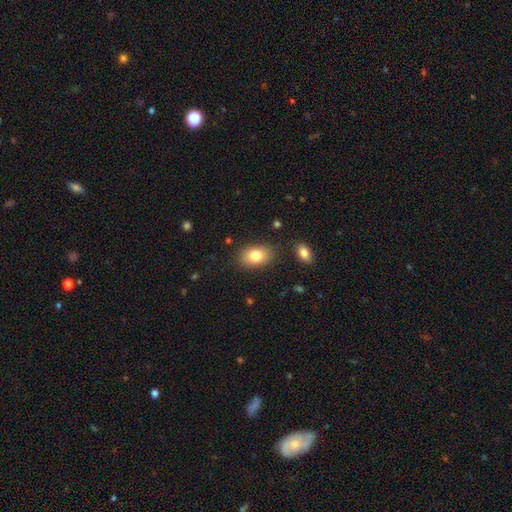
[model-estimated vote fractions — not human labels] Overall: smooth (82%). How rounded: in between (87%). Merging: none (84%).